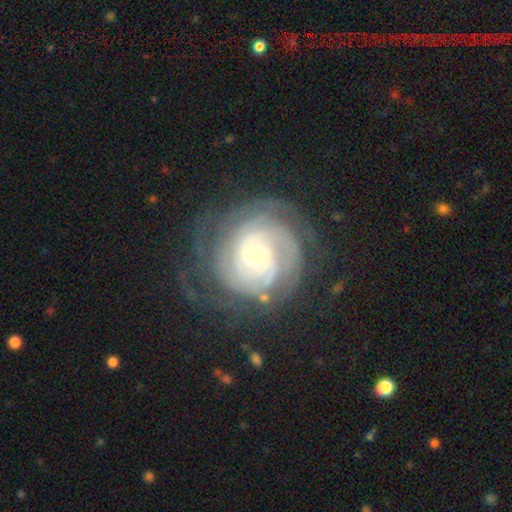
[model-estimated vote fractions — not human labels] Morphology: type=featured or disk (88%); edge-on=no (98%); bar=no (67%); spiral arms=yes (97%); winding=tight (79%); arm count=can't tell (32%); bulge=moderate (53%); merging=none (72%).